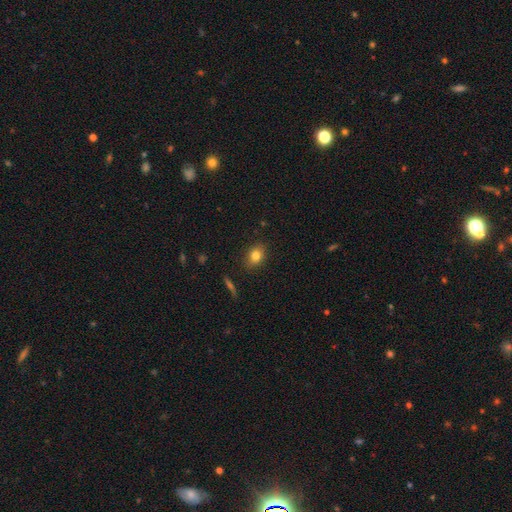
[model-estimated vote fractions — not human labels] Smooth or featured: smooth — 81% (star or artifact — 10%)
How rounded: in between — 58% (round — 40%)
Merging: none — 87% (minor disturbance — 10%)